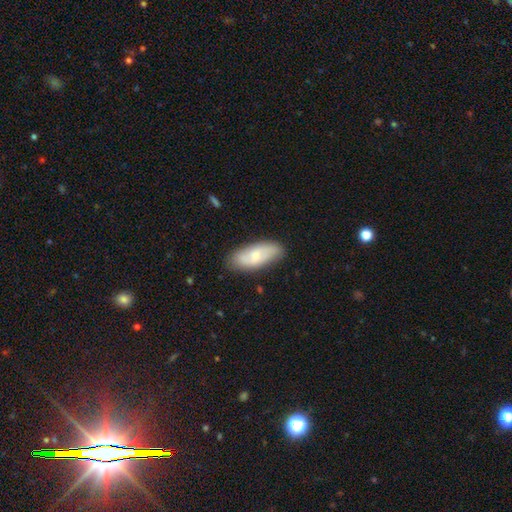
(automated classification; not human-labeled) Q: Smooth or featured?
A: smooth (55%); runner-up: featured or disk (39%)
Q: How rounded?
A: in between (83%); runner-up: cigar-shaped (15%)
Q: Merging?
A: none (79%); runner-up: minor disturbance (16%)